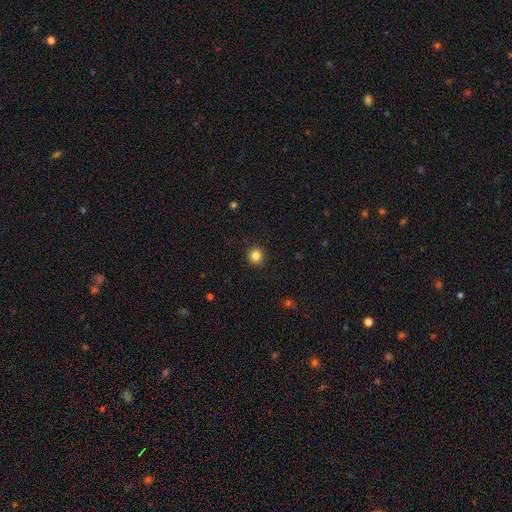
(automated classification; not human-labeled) Morphology: type=smooth (85%); roundness=round (93%); merging=none (92%).